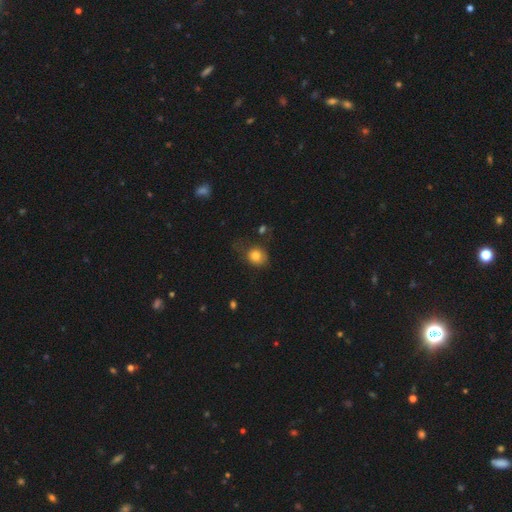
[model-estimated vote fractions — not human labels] Smooth or featured? Predicted: smooth (p=0.80). How rounded? Predicted: round (p=0.68). Merging? Predicted: none (p=0.56).